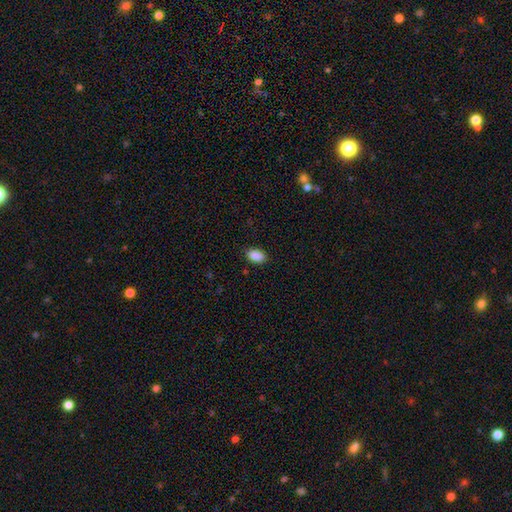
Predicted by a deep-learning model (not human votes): smooth-or-featured: smooth: 89% | star or artifact: 8% | featured or disk: 3%
  how-rounded: in between: 91% | round: 7% | cigar-shaped: 2%
  merging: none: 87% | minor disturbance: 10% | major disturbance: 2% | merger: 1%